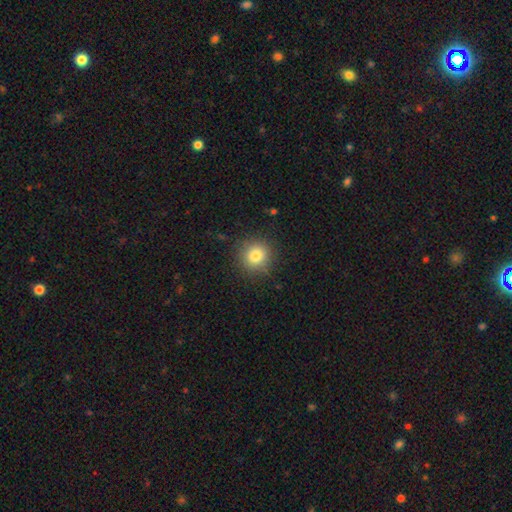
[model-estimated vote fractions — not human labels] The model was most divided on "smooth or featured": smooth: 81%, star or artifact: 12%, featured or disk: 7%. More confident: how rounded — round (92%); merging — none (88%).